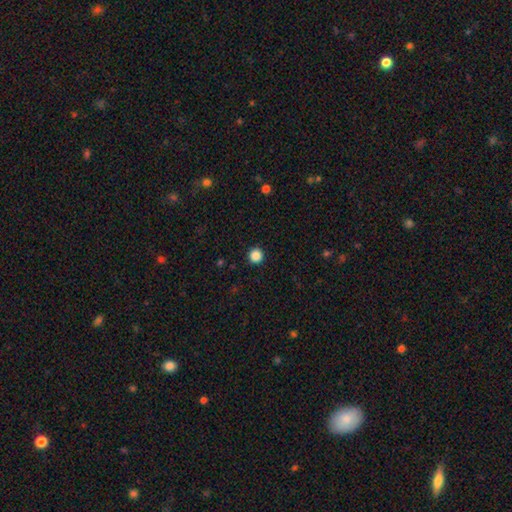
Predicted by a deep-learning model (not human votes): A smooth galaxy with no disk features (87%) that is round (95%).

Vote fractions:
- Smooth or featured? smooth: 87% / star or artifact: 11% / featured or disk: 3%
- How rounded? round: 95% / in between: 4% / cigar-shaped: 1%
- Merging? none: 93% / minor disturbance: 4% / major disturbance: 2% / merger: 1%